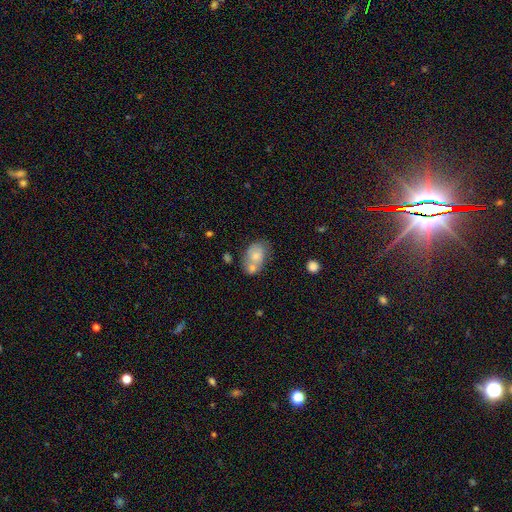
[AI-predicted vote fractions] Morphology: type=smooth (67%); roundness=in between (79%); merging=merger (43%).